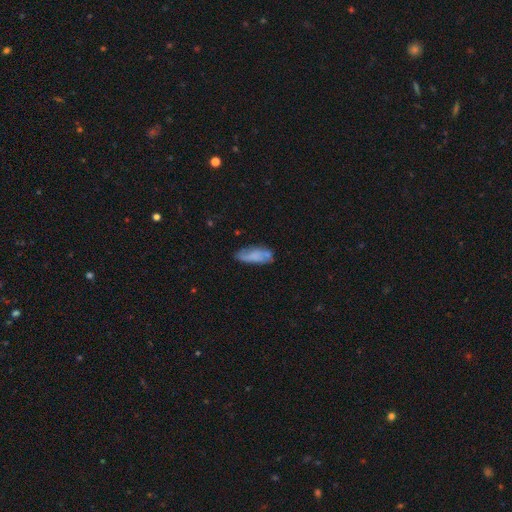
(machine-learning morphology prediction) Smooth or featured? Predicted: smooth (p=0.61). How rounded? Predicted: in between (p=0.69). Merging? Predicted: none (p=0.61).